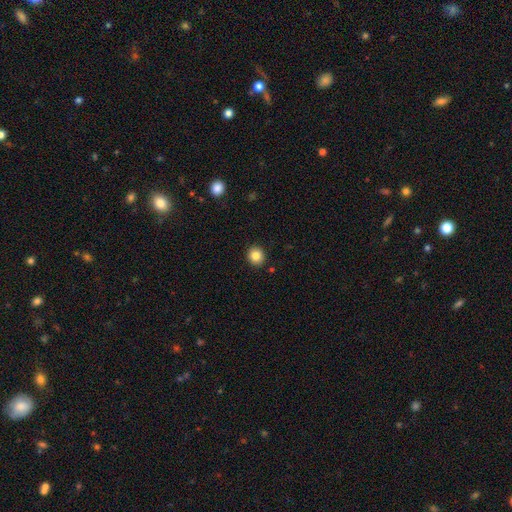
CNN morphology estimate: Smooth or featured?
  - smooth: 84% *
  - star or artifact: 10%
  - featured or disk: 6%
How rounded?
  - round: 85% *
  - in between: 14%
  - cigar-shaped: 1%
Merging?
  - none: 91% *
  - minor disturbance: 6%
  - major disturbance: 2%
  - merger: 1%